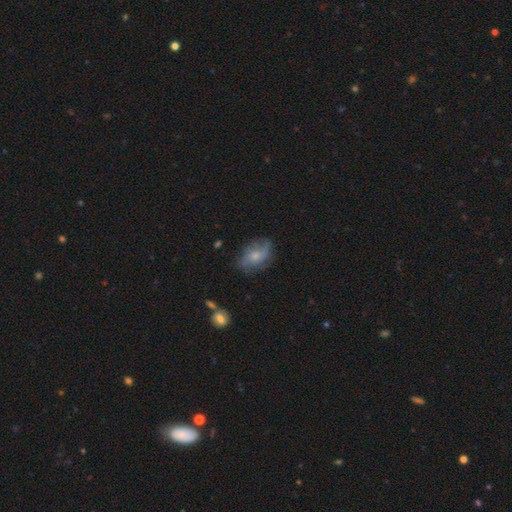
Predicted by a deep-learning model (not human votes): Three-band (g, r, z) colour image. It shows a featured or disk galaxy (56%) with no bar (72%), spiral arms (81%) and a small central bulge (47%). Merging: none (60%).